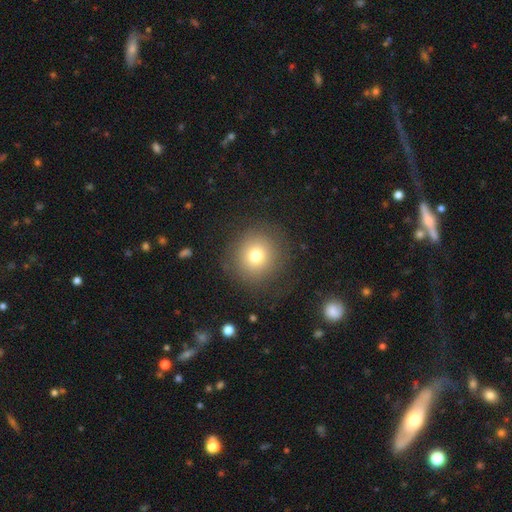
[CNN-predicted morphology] A smooth galaxy with no disk features (73%) that is round (91%). Merging: none (82%).